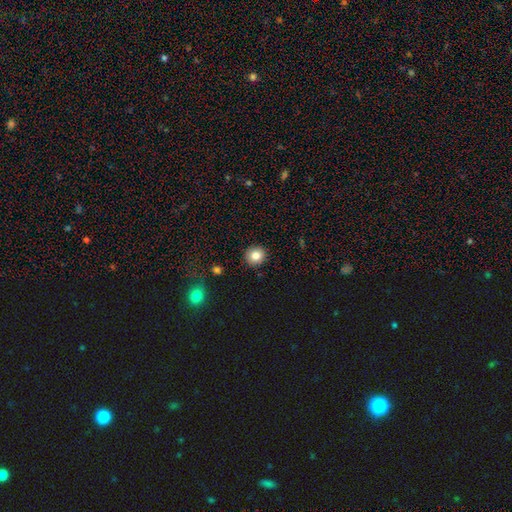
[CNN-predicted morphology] Smooth or featured? Predicted: smooth (p=0.84). How rounded? Predicted: round (p=0.86). Merging? Predicted: none (p=0.91).